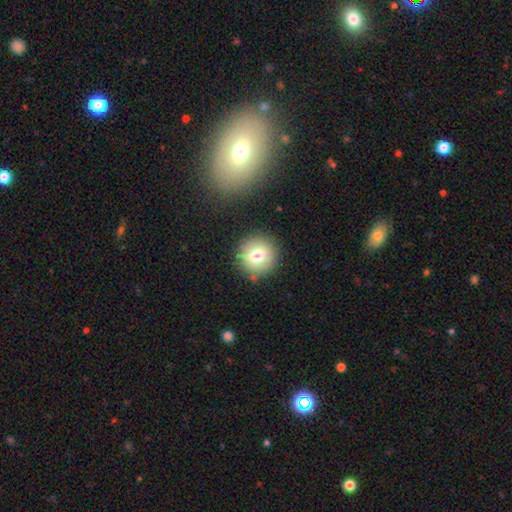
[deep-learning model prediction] smooth 75%, featured or disk 14%, star or artifact 11%. Down the decision tree: how rounded — round (93%); merging — none (86%).